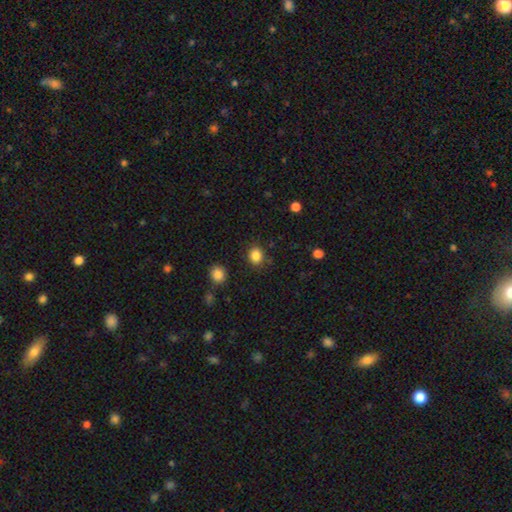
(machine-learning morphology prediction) smooth_or_featured: smooth (p=0.85) [alt: star or artifact p=0.11]
how_rounded: round (p=0.71) [alt: in between p=0.29]
merging: none (p=0.84) [alt: minor disturbance p=0.11]